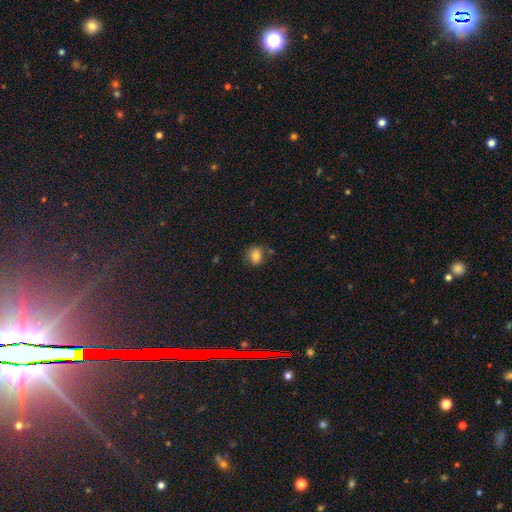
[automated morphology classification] Q: Smooth or featured?
A: smooth (81%); runner-up: star or artifact (11%)
Q: How rounded?
A: round (62%); runner-up: in between (37%)
Q: Merging?
A: none (73%); runner-up: minor disturbance (17%)